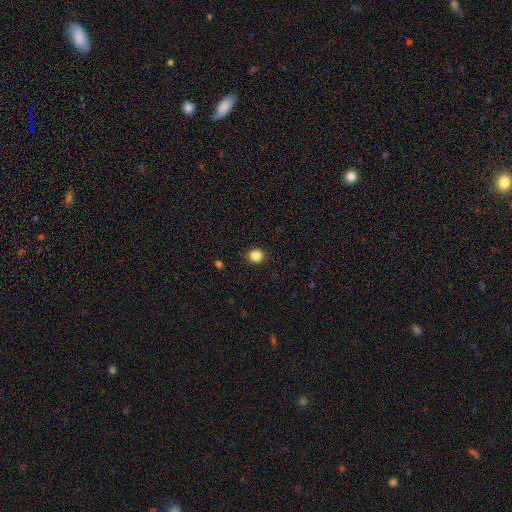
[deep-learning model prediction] smooth 85%, star or artifact 11%, featured or disk 4%. Down the decision tree: how rounded — round (86%); merging — none (91%).